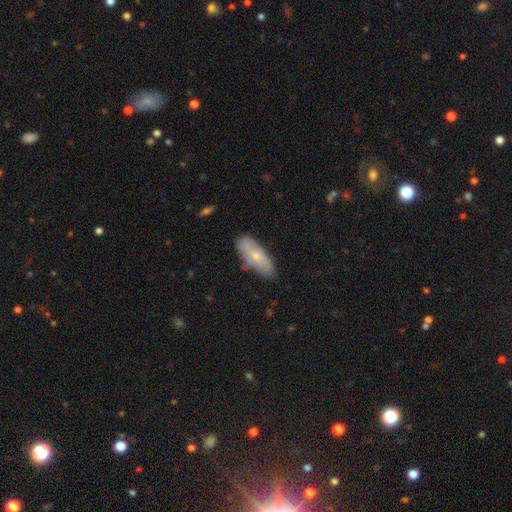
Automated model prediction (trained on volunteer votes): Smooth or featured? smooth (61%)
How rounded? in between (75%)
Merging? none (75%)